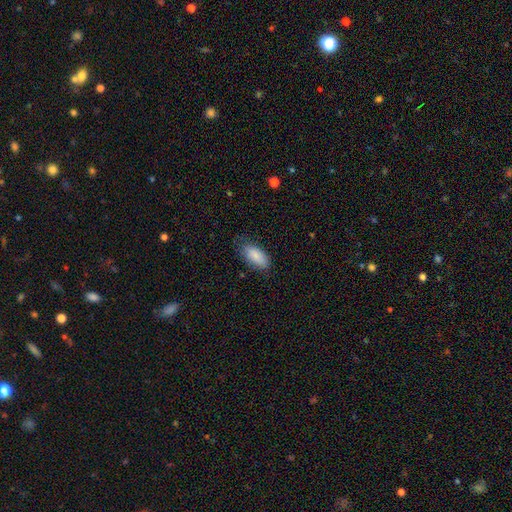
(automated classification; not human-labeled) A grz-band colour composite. It shows a smooth galaxy with no disk features (87%) that is in between round and cigar-shaped (90%). Merging: none (74%).